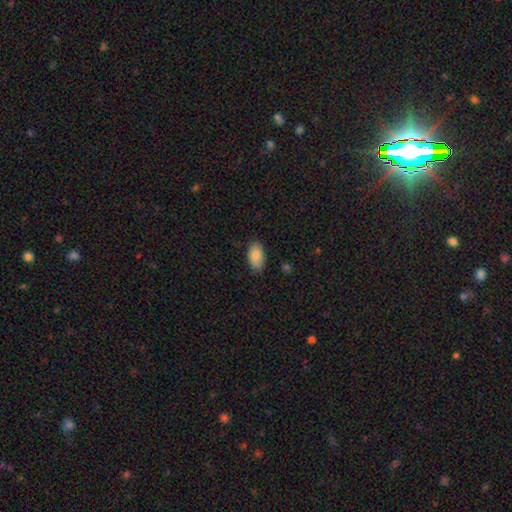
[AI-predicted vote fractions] Smooth or featured?
  - smooth: 86% *
  - star or artifact: 7%
  - featured or disk: 7%
How rounded?
  - in between: 94% *
  - round: 4%
  - cigar-shaped: 3%
Merging?
  - none: 83% *
  - minor disturbance: 13%
  - major disturbance: 3%
  - merger: 1%